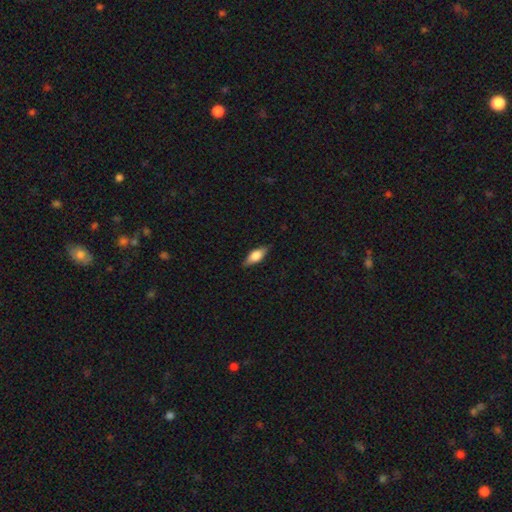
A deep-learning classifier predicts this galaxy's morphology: smooth-or-featured: smooth: 59% | featured or disk: 34% | star or artifact: 7%
  how-rounded: in between: 74% | cigar-shaped: 23% | round: 4%
  merging: none: 83% | minor disturbance: 13% | major disturbance: 3% | merger: 1%